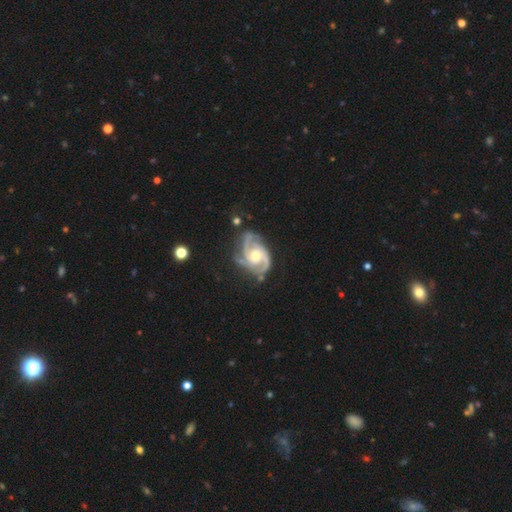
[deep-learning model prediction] Smooth or featured: featured or disk — 93% (star or artifact — 4%)
Edge-on disk: no — 98% (yes — 2%)
Bar: no — 63% (weak — 28%)
Spiral arms: yes — 99% (no — 1%)
Spiral winding: tight — 50% (medium — 44%)
Spiral arm count: 2 — 46% (3 — 38%)
Bulge size: moderate — 66% (small — 27%)
Merging: none — 66% (minor disturbance — 23%)